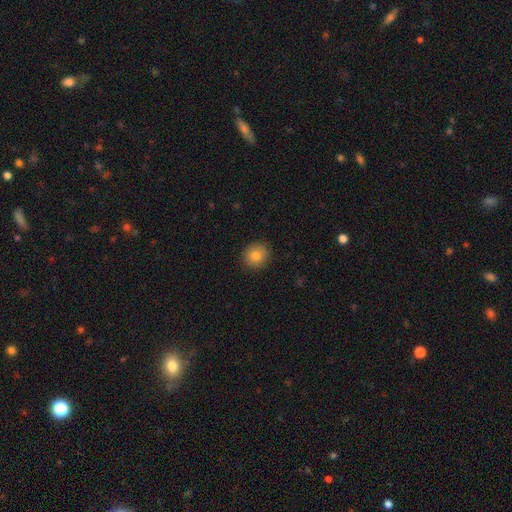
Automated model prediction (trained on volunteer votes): Smooth or featured: smooth — 81% (star or artifact — 10%)
How rounded: round — 86% (in between — 13%)
Merging: none — 91% (minor disturbance — 6%)